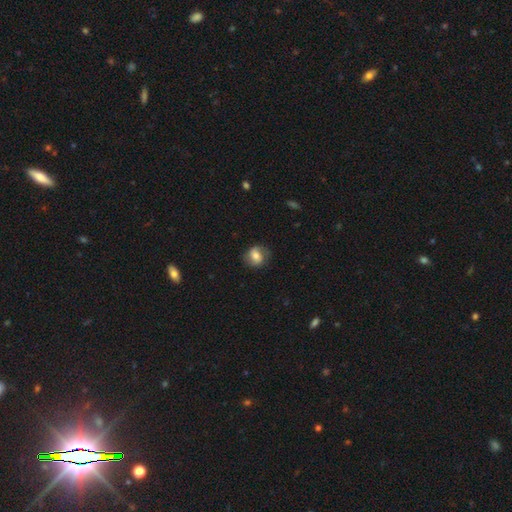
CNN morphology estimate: A smooth galaxy with no disk features (59%) that is round (64%). Merging: none (72%).